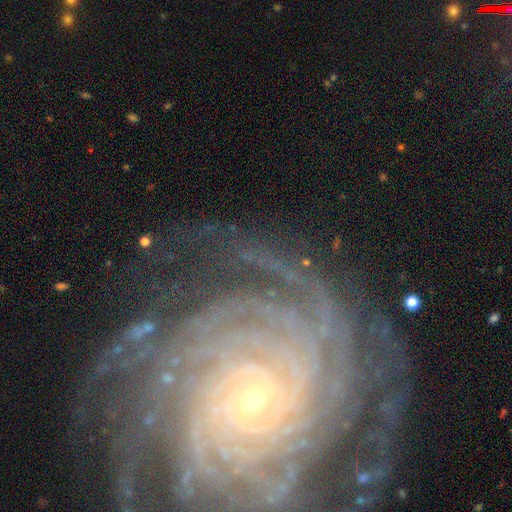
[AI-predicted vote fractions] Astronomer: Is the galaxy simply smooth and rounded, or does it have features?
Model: featured or disk — 89%.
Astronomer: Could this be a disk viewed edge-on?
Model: no — 97%.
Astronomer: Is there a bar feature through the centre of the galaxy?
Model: no — 67%.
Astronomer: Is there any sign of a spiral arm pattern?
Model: yes — 98%.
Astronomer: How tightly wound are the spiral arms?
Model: tight — 83%.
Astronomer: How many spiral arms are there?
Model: more than 4 — 34% (runner-up: can't tell, 18%).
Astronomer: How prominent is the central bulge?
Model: small — 82%.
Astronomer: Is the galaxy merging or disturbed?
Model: none — 74%.